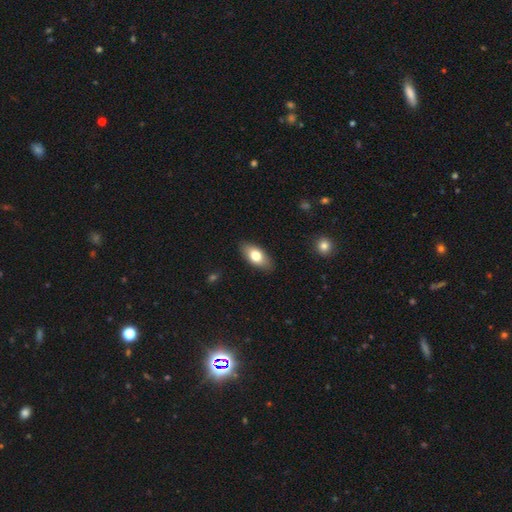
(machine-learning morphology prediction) This appears to be a smooth galaxy with no disk features (74%) that is in between round and cigar-shaped (89%). Merging: none (87%).